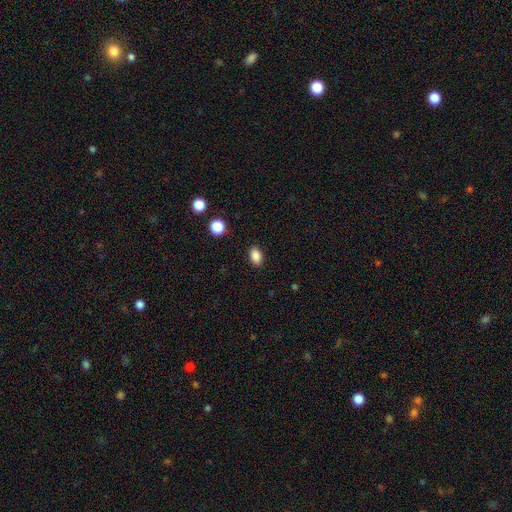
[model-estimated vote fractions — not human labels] smooth-or-featured: smooth: 87% | star or artifact: 10% | featured or disk: 3%
  how-rounded: in between: 85% | round: 14% | cigar-shaped: 2%
  merging: none: 89% | minor disturbance: 8% | major disturbance: 2% | merger: 1%